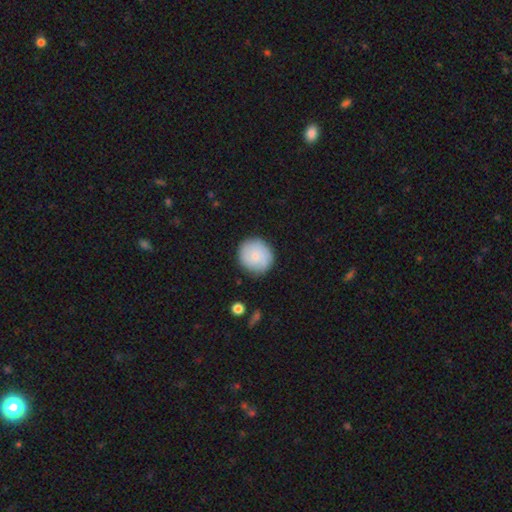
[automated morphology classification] smooth_or_featured: smooth (p=0.65) [alt: featured or disk p=0.29]
how_rounded: round (p=0.91) [alt: in between p=0.08]
merging: none (p=0.85) [alt: minor disturbance p=0.11]